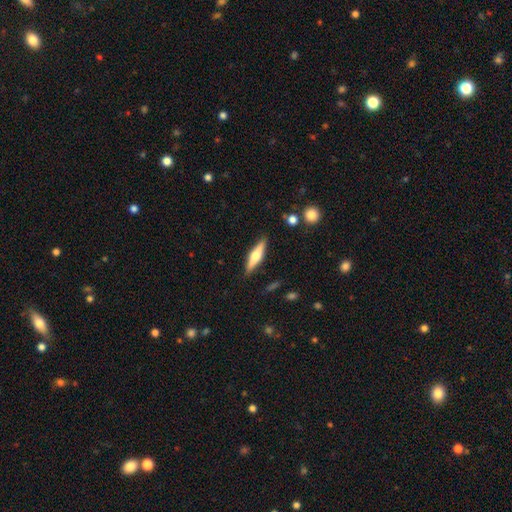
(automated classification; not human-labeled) A featured or disk galaxy (53%) viewed edge-on (95%) with a rounded central bulge (90%). Merging: none (88%).